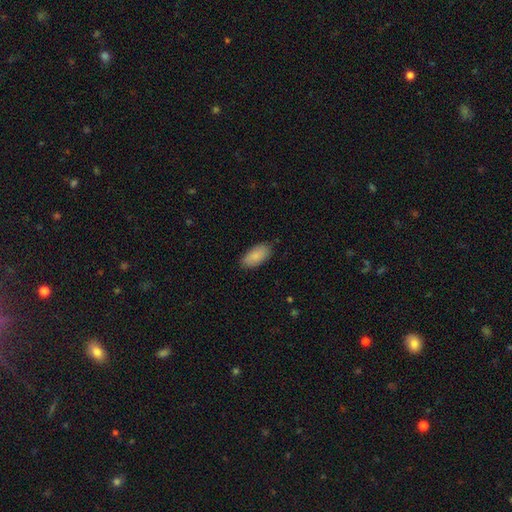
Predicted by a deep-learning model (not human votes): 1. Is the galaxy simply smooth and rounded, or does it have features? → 88% smooth, 6% featured or disk, 6% star or artifact.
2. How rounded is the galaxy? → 94% in between, 4% cigar-shaped, 2% round.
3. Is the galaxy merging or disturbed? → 84% none, 13% minor disturbance, 2% major disturbance, 1% merger.